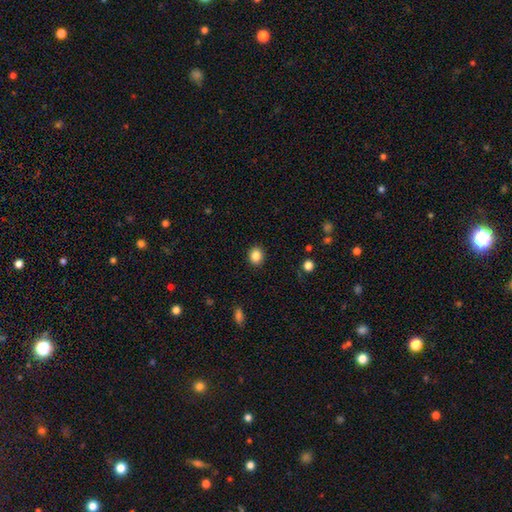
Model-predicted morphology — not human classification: smooth 86%, star or artifact 10%, featured or disk 4%. Down the decision tree: how rounded — round (66%); merging — none (90%).